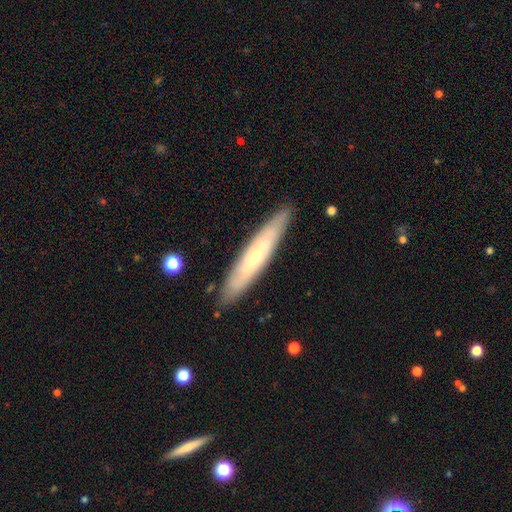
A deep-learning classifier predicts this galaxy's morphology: Smooth or featured? featured or disk (52%)
Edge-on disk? yes (68%)
Merging? none (88%)